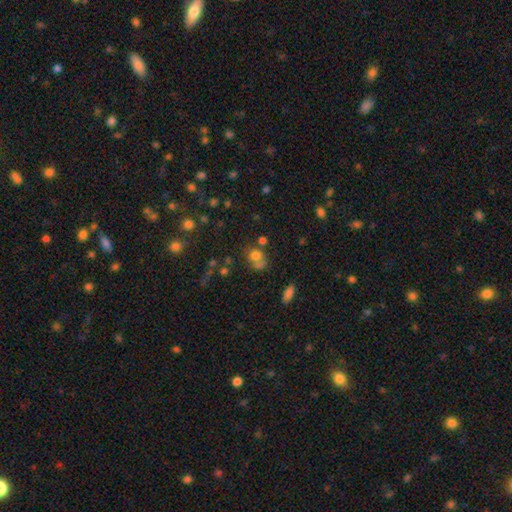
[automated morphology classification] smooth 69%, star or artifact 16%, featured or disk 14%. Down the decision tree: how rounded — round (67%); merging — none (40%).